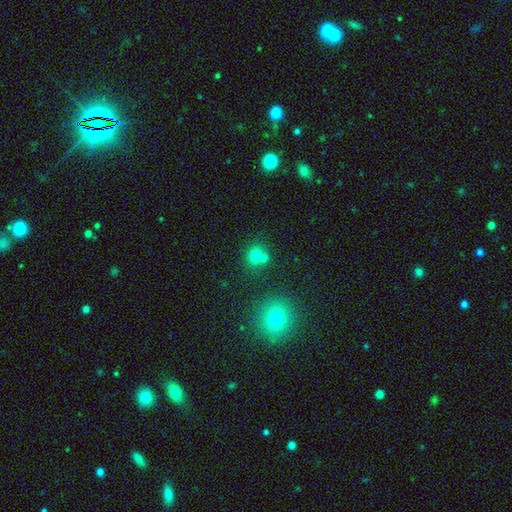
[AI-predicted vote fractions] smooth_or_featured: smooth (p=0.73) [alt: star or artifact p=0.16]
how_rounded: round (p=0.79) [alt: in between p=0.20]
merging: none (p=0.51) [alt: merger p=0.38]